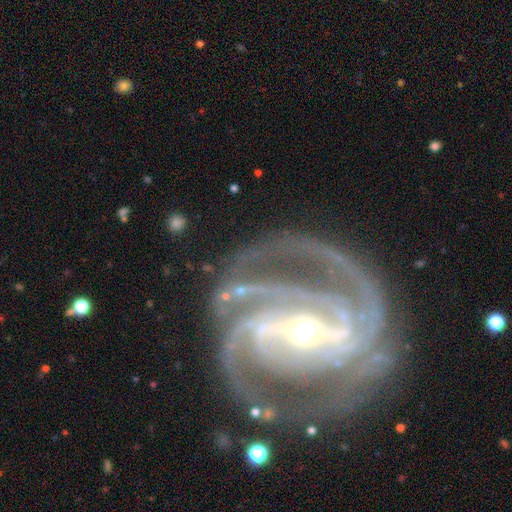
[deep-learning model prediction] This appears to be a featured or disk galaxy (93%) with a strong bar (72%), 3 (38%) tight (57%) spiral arms (99%) and a small central bulge (48%, tied with moderate). Merging: none (73%).